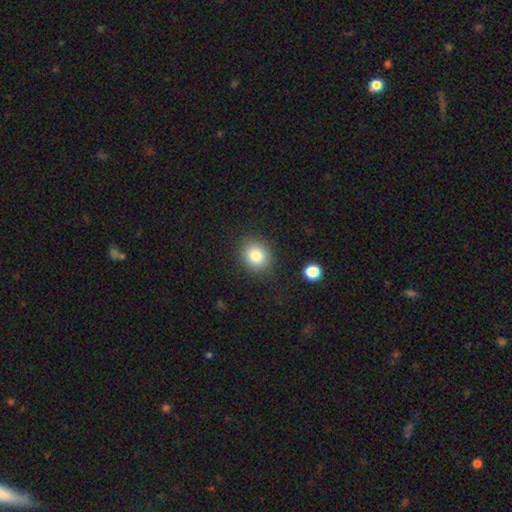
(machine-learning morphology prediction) Overall: smooth (82%). How rounded: round (69%; in between 30%). Merging: none (85%).